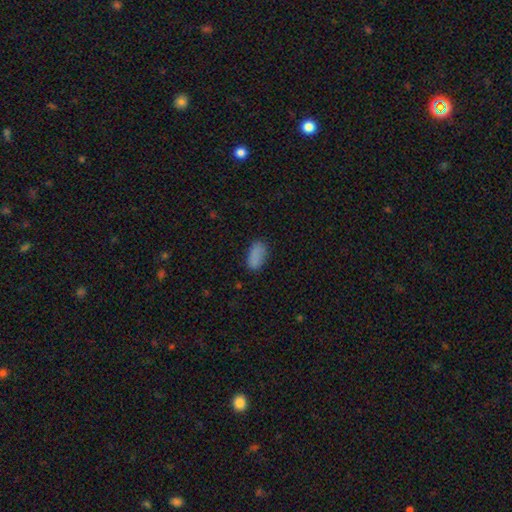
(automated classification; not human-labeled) Smooth or featured: smooth — 84% (star or artifact — 10%)
How rounded: in between — 92% (cigar-shaped — 4%)
Merging: none — 74% (minor disturbance — 18%)